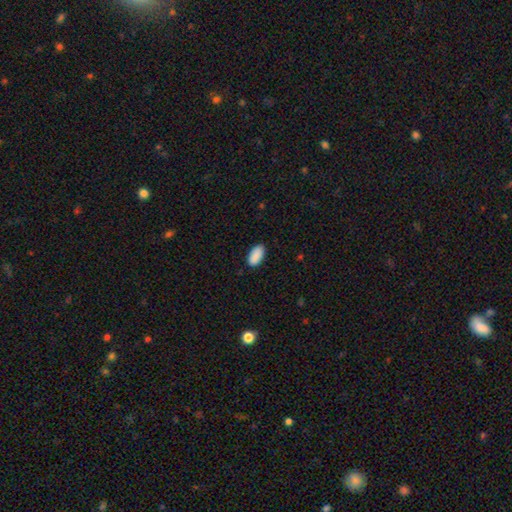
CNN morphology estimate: smooth_or_featured: smooth (p=0.91) [alt: star or artifact p=0.07]
how_rounded: in between (p=0.94) [alt: cigar-shaped p=0.03]
merging: none (p=0.87) [alt: minor disturbance p=0.10]